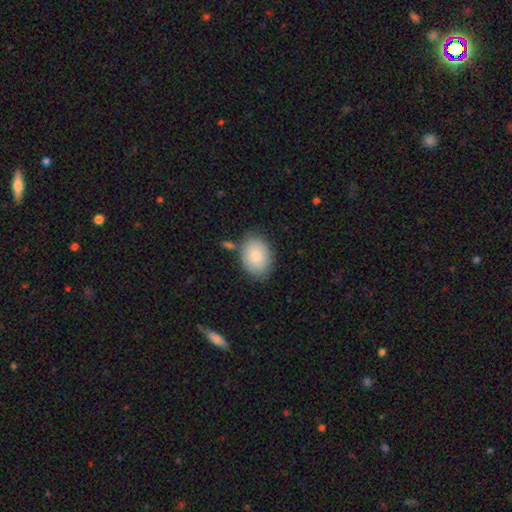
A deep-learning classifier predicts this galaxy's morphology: Q: Smooth or featured?
A: smooth (83%); runner-up: featured or disk (10%)
Q: How rounded?
A: in between (73%); runner-up: round (26%)
Q: Merging?
A: none (75%); runner-up: minor disturbance (16%)